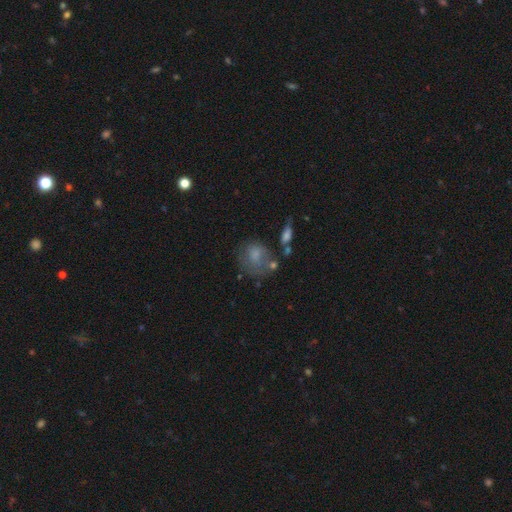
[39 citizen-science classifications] Smooth or featured? 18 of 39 (46%) said smooth. How rounded? 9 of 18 (50%) said in between. Merging? 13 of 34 (38%) said major disturbance.